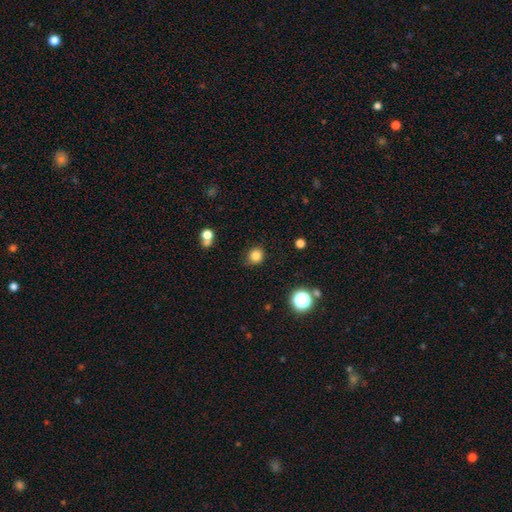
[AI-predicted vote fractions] The model was most divided on "how rounded": round: 82%, in between: 17%, cigar-shaped: 1%. More confident: smooth or featured — smooth (83%); merging — none (82%).